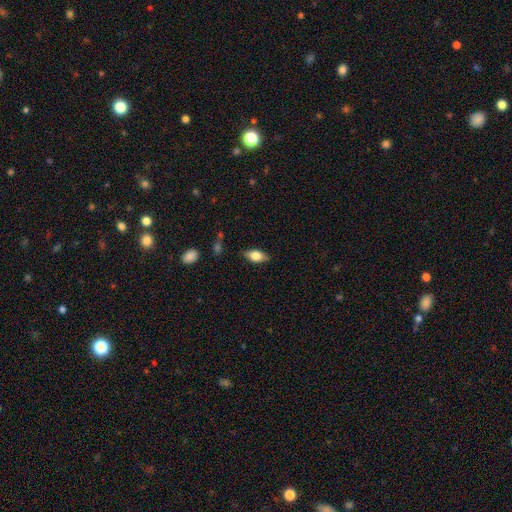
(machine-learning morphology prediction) Q: Smooth or featured?
A: smooth (69%); runner-up: featured or disk (23%)
Q: How rounded?
A: in between (84%); runner-up: cigar-shaped (11%)
Q: Merging?
A: none (83%); runner-up: minor disturbance (13%)